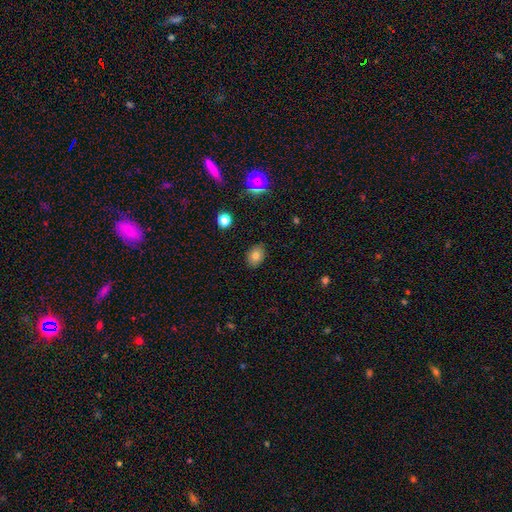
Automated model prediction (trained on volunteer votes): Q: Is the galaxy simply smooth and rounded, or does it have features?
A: smooth — 78%.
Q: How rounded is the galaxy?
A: in between — 71%.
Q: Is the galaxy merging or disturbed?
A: none — 87%.